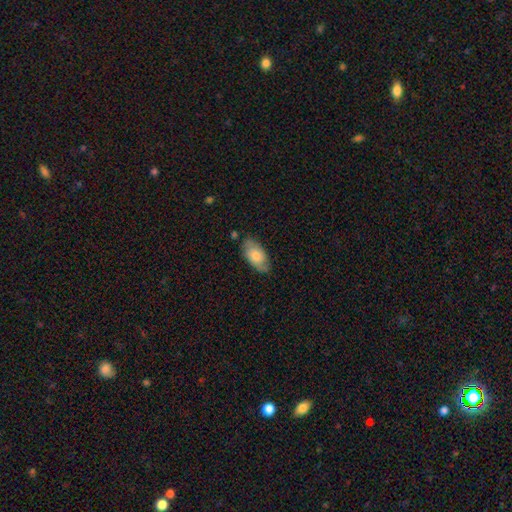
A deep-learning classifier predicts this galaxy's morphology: A smooth galaxy with no disk features (58%) that is in between round and cigar-shaped (92%). Merging: none (76%).